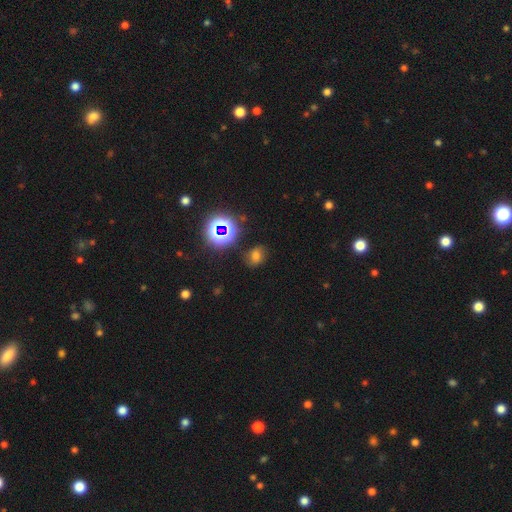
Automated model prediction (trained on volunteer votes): smooth_or_featured: smooth (p=0.60) [alt: star or artifact p=0.29]
how_rounded: in between (p=0.57) [alt: round p=0.41]
merging: none (p=0.75) [alt: minor disturbance p=0.16]